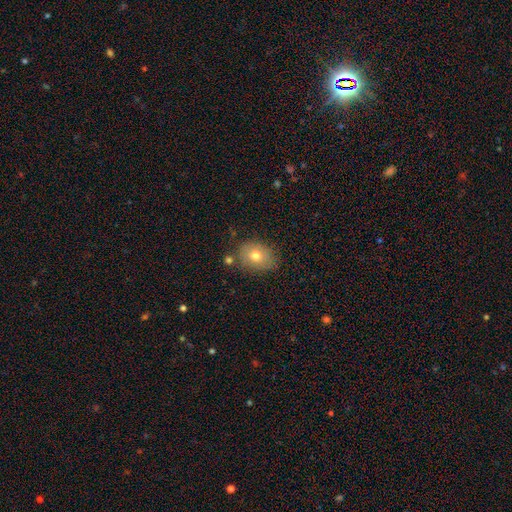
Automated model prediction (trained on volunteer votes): Smooth or featured?
  - smooth: 75% *
  - featured or disk: 15%
  - star or artifact: 10%
How rounded?
  - in between: 56% *
  - round: 43%
  - cigar-shaped: 1%
Merging?
  - none: 73% *
  - minor disturbance: 18%
  - merger: 5%
  - major disturbance: 4%